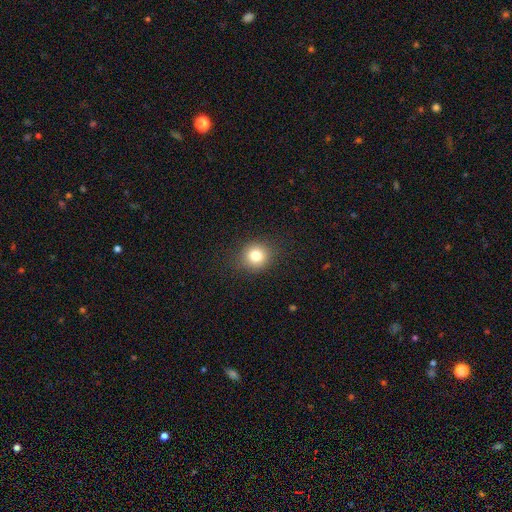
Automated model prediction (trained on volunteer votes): This is likely a smooth galaxy (80%). How rounded: clearly round (88%). Merging: clearly none (88%).